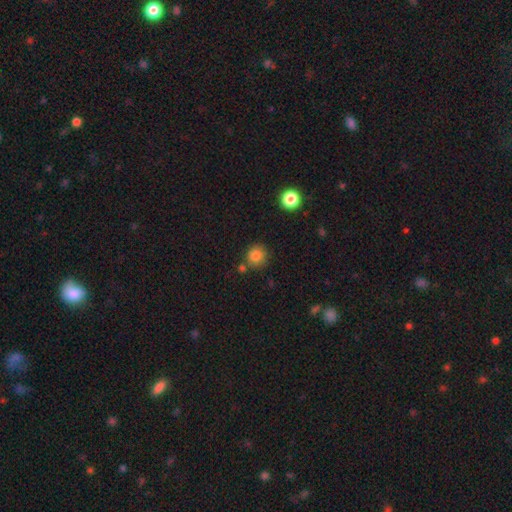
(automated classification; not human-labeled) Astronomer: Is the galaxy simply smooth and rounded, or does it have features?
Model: smooth — 83%.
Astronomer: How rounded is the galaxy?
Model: round — 89%.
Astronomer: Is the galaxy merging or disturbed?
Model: none — 76%.